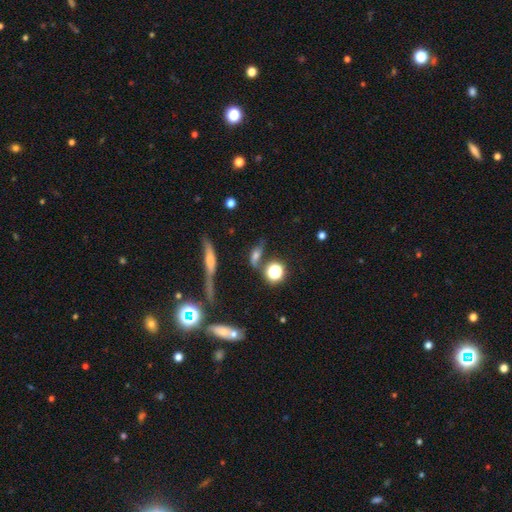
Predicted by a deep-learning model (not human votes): smooth-or-featured: smooth: 50% | featured or disk: 31% | star or artifact: 19%
  how-rounded: in between: 55% | cigar-shaped: 24% | round: 21%
  merging: none: 46% | minor disturbance: 21% | merger: 18% | major disturbance: 16%